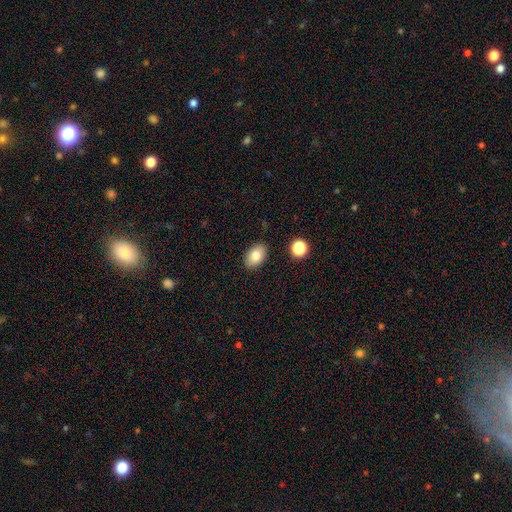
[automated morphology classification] smooth-or-featured: smooth: 81% | featured or disk: 10% | star or artifact: 8%
  how-rounded: in between: 87% | round: 11% | cigar-shaped: 1%
  merging: none: 87% | minor disturbance: 9% | major disturbance: 2% | merger: 2%